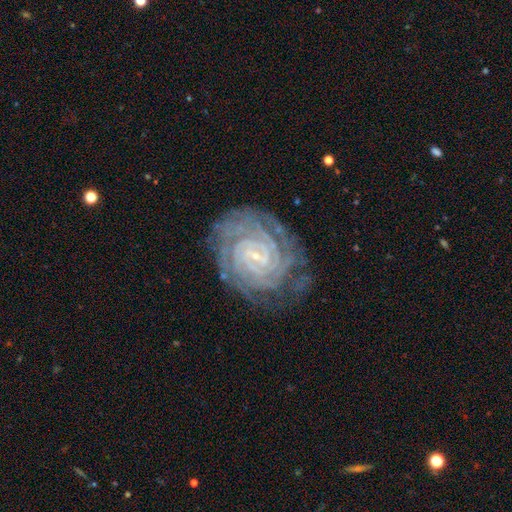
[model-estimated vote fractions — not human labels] A featured or disk galaxy (90%) with a weak bar (43%), 4 (25%) tight (86%) spiral arms (98%) and a small central bulge (85%). Merging: none (77%).